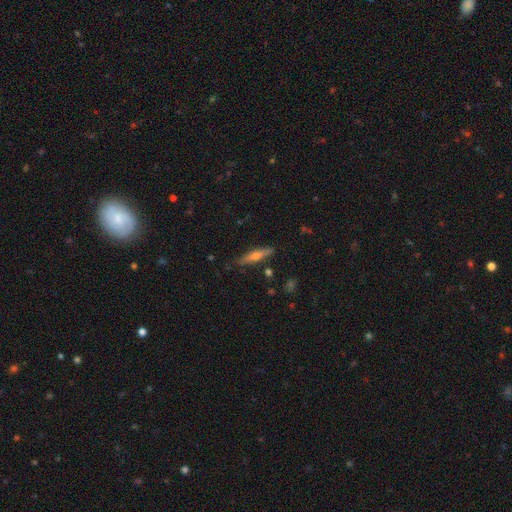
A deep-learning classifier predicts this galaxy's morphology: A featured or disk galaxy (52%) viewed edge-on (94%).

Vote fractions:
- Smooth or featured? featured or disk: 52% / smooth: 42% / star or artifact: 7%
- Edge-on disk? yes: 94% / no: 6%
- Merging? none: 85% / minor disturbance: 11% / major disturbance: 2% / merger: 2%